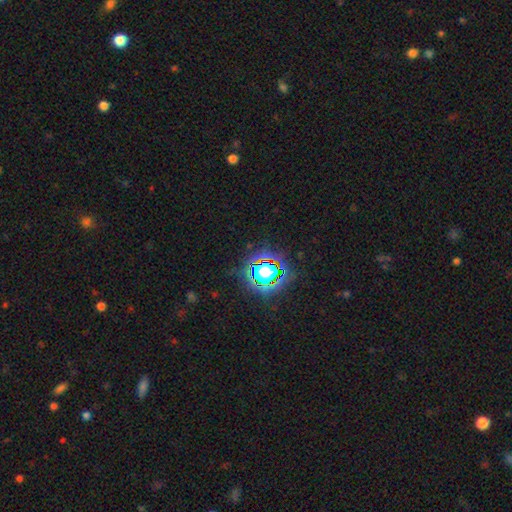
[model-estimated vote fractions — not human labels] Morphology: type=star or artifact (81%).